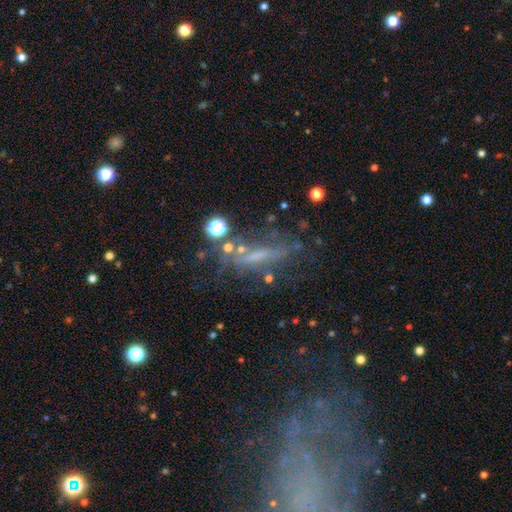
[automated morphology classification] smooth-or-featured: featured or disk: 47% | smooth: 28% | star or artifact: 25%
  merging: none: 53% | minor disturbance: 20% | major disturbance: 19% | merger: 8%